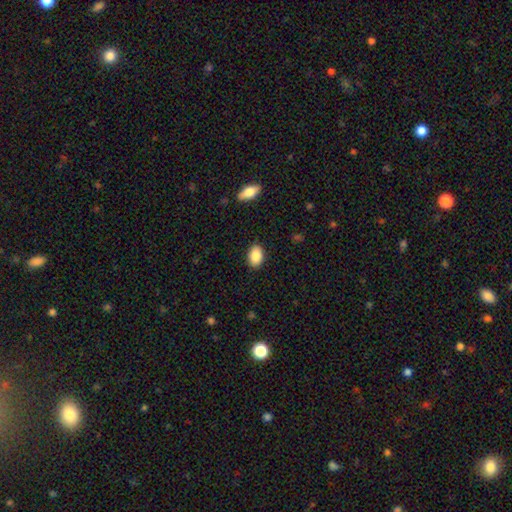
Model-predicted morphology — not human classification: smooth-or-featured: smooth: 87% | star or artifact: 7% | featured or disk: 6%
  how-rounded: in between: 88% | round: 11% | cigar-shaped: 1%
  merging: none: 87% | minor disturbance: 10% | major disturbance: 2% | merger: 1%